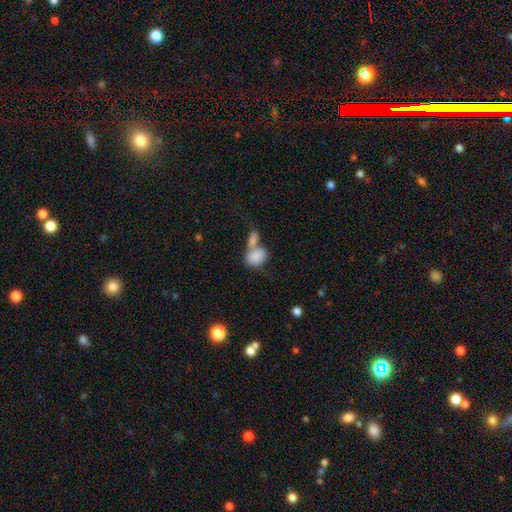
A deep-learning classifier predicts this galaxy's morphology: smooth-or-featured: smooth: 83% | featured or disk: 9% | star or artifact: 7%
  how-rounded: in between: 78% | round: 20% | cigar-shaped: 2%
  merging: merger: 66% | none: 20% | minor disturbance: 8% | major disturbance: 6%